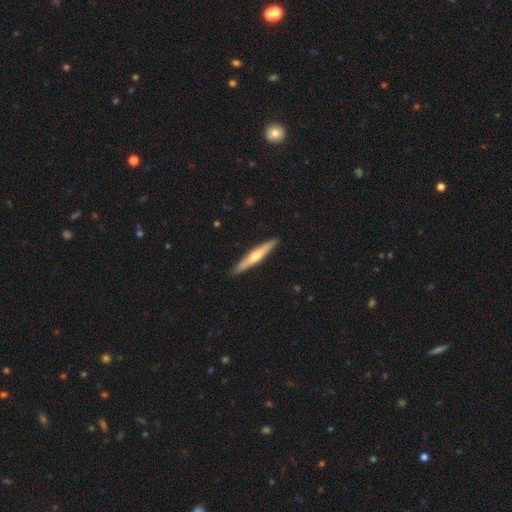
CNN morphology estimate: A featured or disk galaxy (57%) viewed edge-on (96%) with a rounded central bulge (87%). Merging: none (91%).